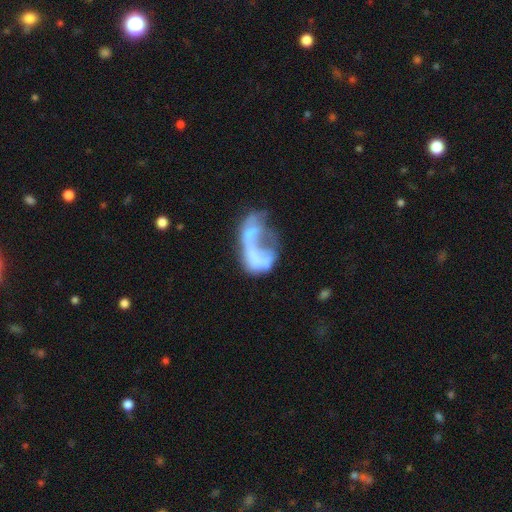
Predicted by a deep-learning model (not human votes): This is possibly a featured or disk galaxy (58%). It is clearly not viewed edge-on (97%). Bar: clearly no (83%). Spiral arm pattern: clearly no (82%). Central bulge: likely none (68%). Merging: possibly major disturbance (48%).